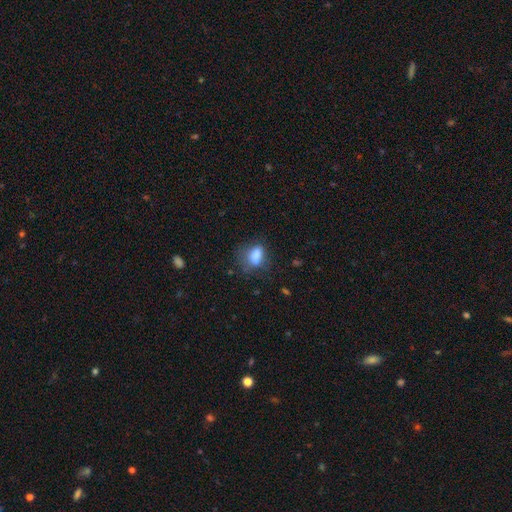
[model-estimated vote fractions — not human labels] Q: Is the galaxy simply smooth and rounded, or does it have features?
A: smooth — 73%.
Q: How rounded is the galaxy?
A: in between — 77%.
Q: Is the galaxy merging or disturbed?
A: none — 41%.